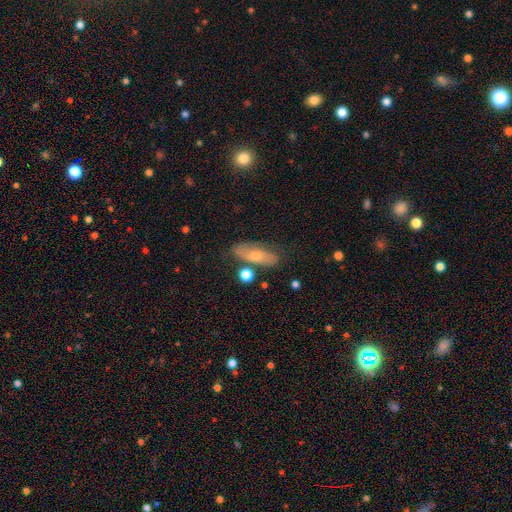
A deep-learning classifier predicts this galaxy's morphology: type=smooth (49%); merging=none (71%).